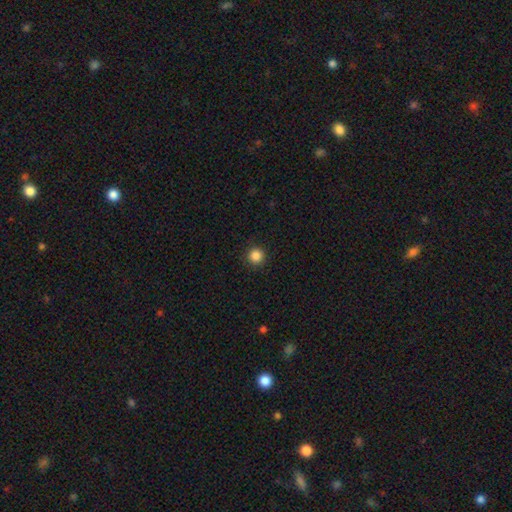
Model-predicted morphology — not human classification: Smooth or featured?
  - smooth: 86% *
  - star or artifact: 11%
  - featured or disk: 3%
How rounded?
  - round: 96% *
  - in between: 3%
  - cigar-shaped: 1%
Merging?
  - none: 92% *
  - minor disturbance: 5%
  - major disturbance: 2%
  - merger: 1%